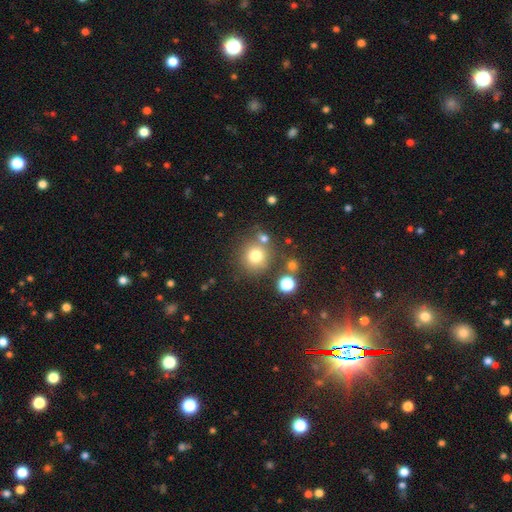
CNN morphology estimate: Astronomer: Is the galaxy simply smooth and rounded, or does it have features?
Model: smooth — 76%.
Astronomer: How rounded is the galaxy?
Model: round — 91%.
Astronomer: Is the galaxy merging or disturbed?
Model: none — 72%.